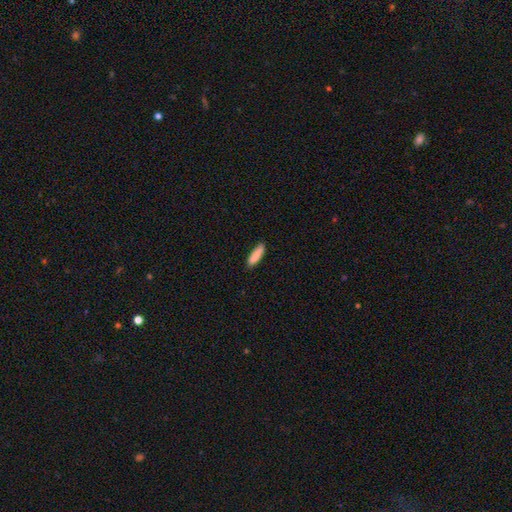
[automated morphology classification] Smooth or featured? Predicted: smooth (p=0.86). How rounded? Predicted: cigar-shaped (p=0.68). Merging? Predicted: none (p=0.85).